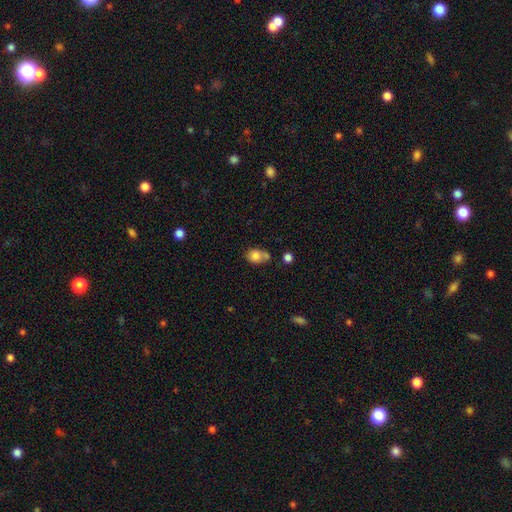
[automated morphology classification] Smooth or featured: smooth — 80% (featured or disk — 10%)
How rounded: in between — 50% (round — 49%)
Merging: none — 42% (merger — 32%)